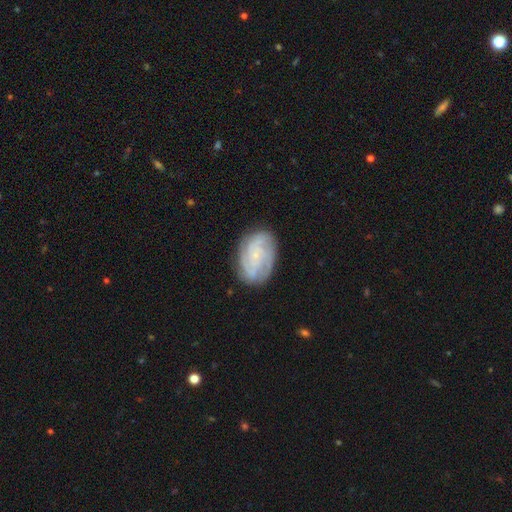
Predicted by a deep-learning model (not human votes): Smooth or featured? featured or disk (77%)
Edge-on disk? no (97%)
Bar? no (75%)
Spiral arms? yes (94%)
Spiral winding? tight (60%)
Spiral arm count? can't tell (27%)
Bulge size? small (80%)
Merging? none (78%)